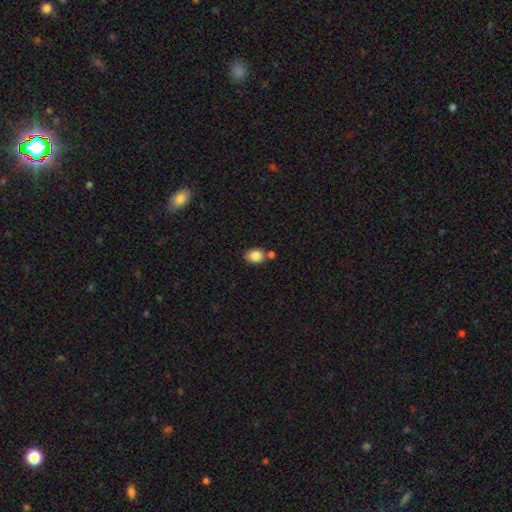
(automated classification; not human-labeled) smooth 85%, star or artifact 8%, featured or disk 7%. Down the decision tree: how rounded — in between (69%); merging — none (62%).